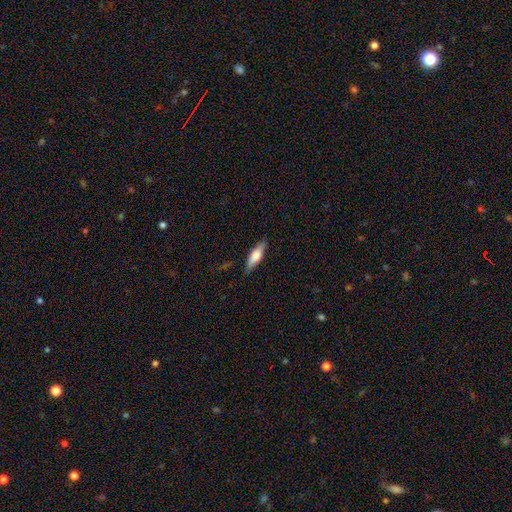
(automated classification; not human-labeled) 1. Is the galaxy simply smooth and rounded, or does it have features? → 62% smooth, 31% featured or disk, 6% star or artifact.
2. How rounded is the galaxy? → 51% cigar-shaped, 47% in between, 2% round.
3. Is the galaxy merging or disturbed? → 84% none, 12% minor disturbance, 3% major disturbance, 1% merger.